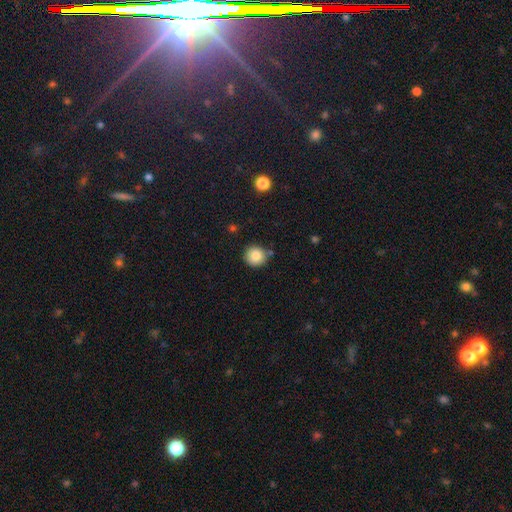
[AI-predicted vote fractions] This appears to be a smooth galaxy with no disk features (84%) that is round (93%). Merging: none (84%).